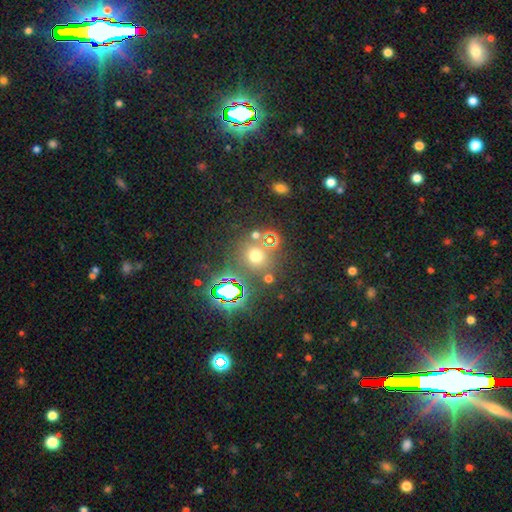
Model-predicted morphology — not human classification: smooth_or_featured: smooth (p=0.55) [alt: star or artifact p=0.36]
how_rounded: round (p=0.88) [alt: in between p=0.11]
merging: none (p=0.76) [alt: merger p=0.10]